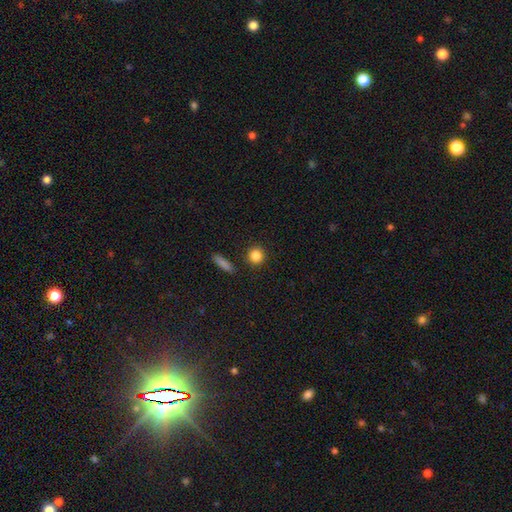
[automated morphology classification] Smooth or featured: smooth — 85% (star or artifact — 10%)
How rounded: round — 89% (in between — 9%)
Merging: none — 89% (minor disturbance — 6%)